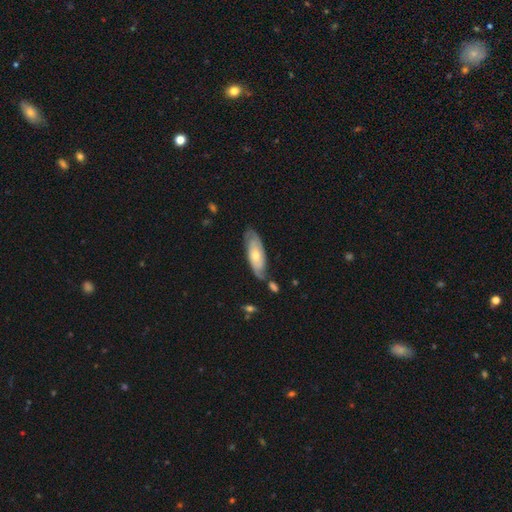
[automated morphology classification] smooth_or_featured: featured or disk (p=0.65) [alt: smooth p=0.29]
disk_edge_on: no (p=0.84) [alt: yes p=0.16]
bar: no (p=0.75) [alt: weak p=0.20]
has_spiral_arms: yes (p=0.83) [alt: no p=0.17]
bulge_size: moderate (p=0.49) [alt: small p=0.45]
merging: none (p=0.70) [alt: minor disturbance p=0.19]